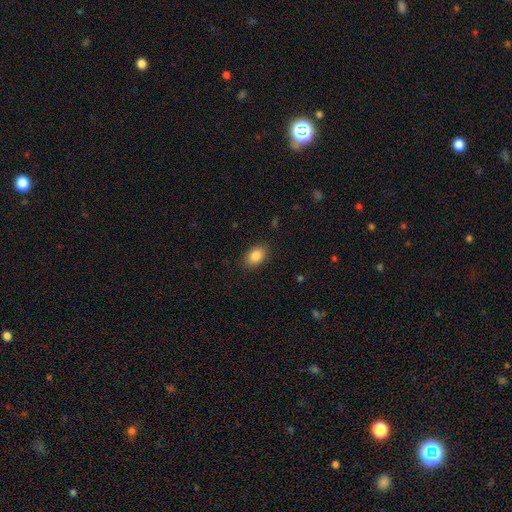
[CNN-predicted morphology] Smooth or featured? smooth (86%)
How rounded? in between (80%)
Merging? none (87%)